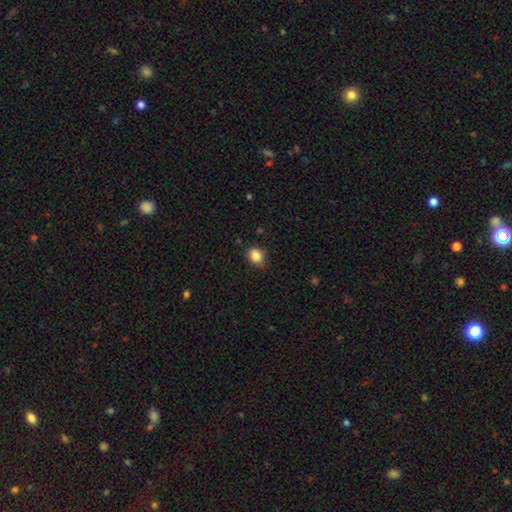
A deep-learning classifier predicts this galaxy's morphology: smooth-or-featured: smooth: 85% | star or artifact: 10% | featured or disk: 5%
  how-rounded: round: 53% | in between: 46% | cigar-shaped: 1%
  merging: none: 76% | minor disturbance: 20% | major disturbance: 3% | merger: 1%